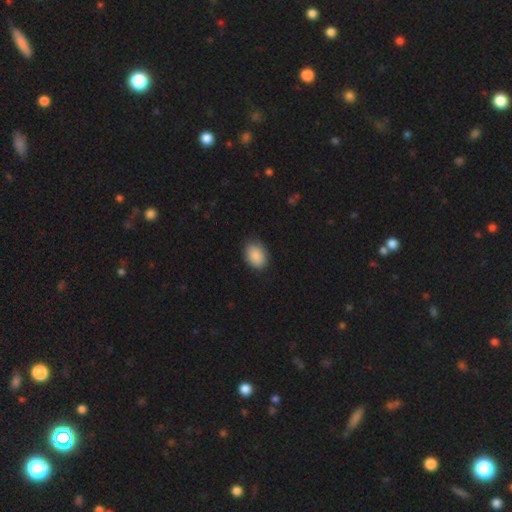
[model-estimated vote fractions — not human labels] smooth_or_featured: smooth (p=0.89) [alt: star or artifact p=0.07]
how_rounded: in between (p=0.74) [alt: round p=0.25]
merging: none (p=0.85) [alt: minor disturbance p=0.12]